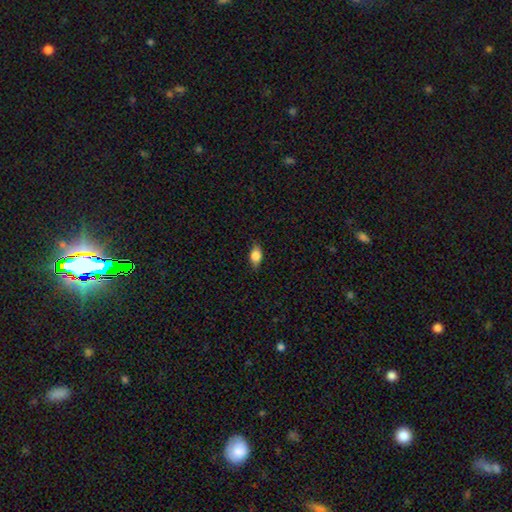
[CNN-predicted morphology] smooth-or-featured: smooth: 80% | featured or disk: 12% | star or artifact: 8%
  how-rounded: in between: 83% | round: 11% | cigar-shaped: 6%
  merging: none: 82% | minor disturbance: 15% | major disturbance: 3% | merger: 1%